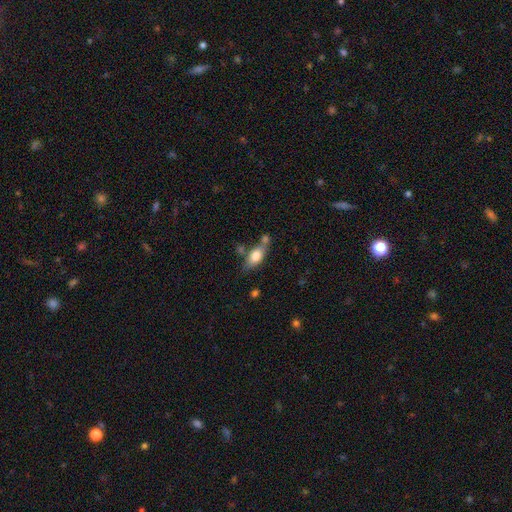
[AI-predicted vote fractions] smooth-or-featured: smooth: 75% | featured or disk: 18% | star or artifact: 7%
  how-rounded: in between: 82% | cigar-shaped: 12% | round: 6%
  merging: none: 50% | merger: 24% | minor disturbance: 19% | major disturbance: 7%